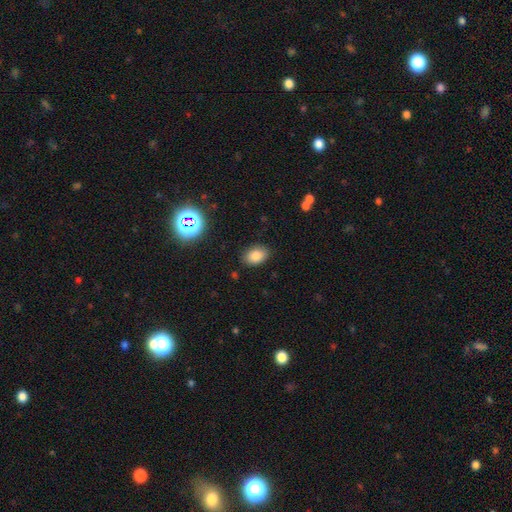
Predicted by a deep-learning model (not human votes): Smooth or featured? Predicted: smooth (p=0.82). How rounded? Predicted: in between (p=0.84). Merging? Predicted: none (p=0.85).